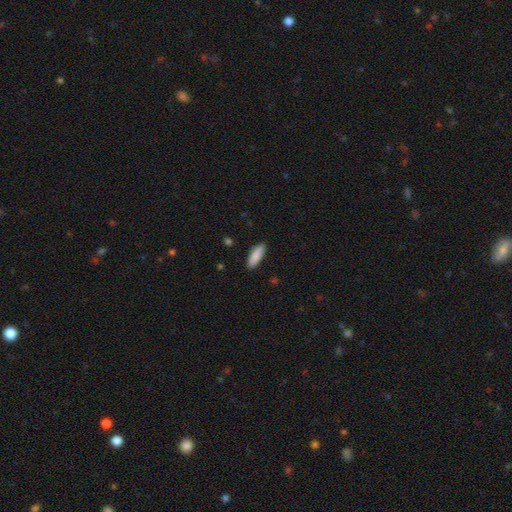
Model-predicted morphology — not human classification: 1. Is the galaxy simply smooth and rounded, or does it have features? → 89% smooth, 6% star or artifact, 5% featured or disk.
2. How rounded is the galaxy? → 66% in between, 32% cigar-shaped, 2% round.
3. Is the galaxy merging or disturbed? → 88% none, 9% minor disturbance, 2% major disturbance, 1% merger.